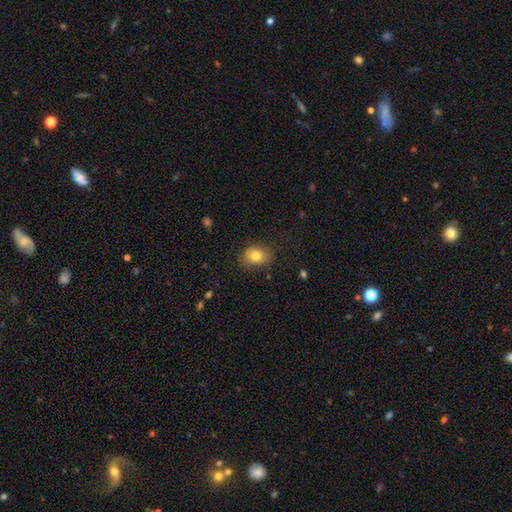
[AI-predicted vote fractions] A smooth galaxy with no disk features (79%) that is in between round and cigar-shaped (54%). Merging: none (79%).